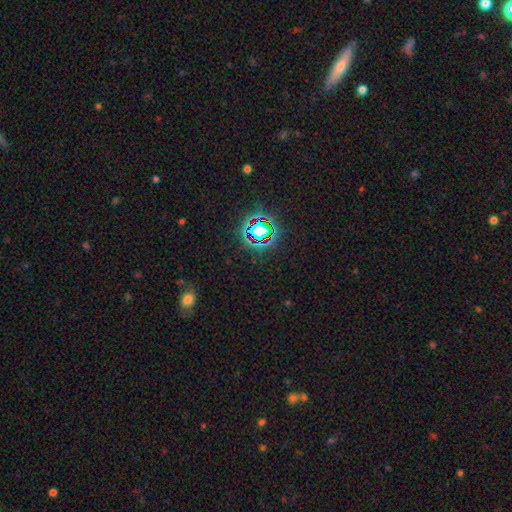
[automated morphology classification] type=star or artifact (73%).